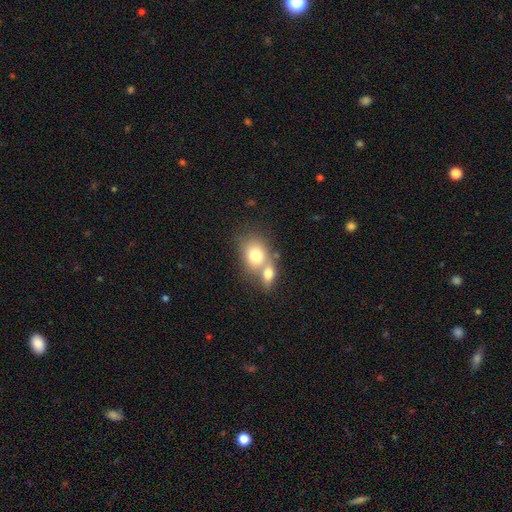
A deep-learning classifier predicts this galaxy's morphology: This is likely a smooth galaxy (76%). How rounded: possibly in between (55%). Merging: likely merger (63%).